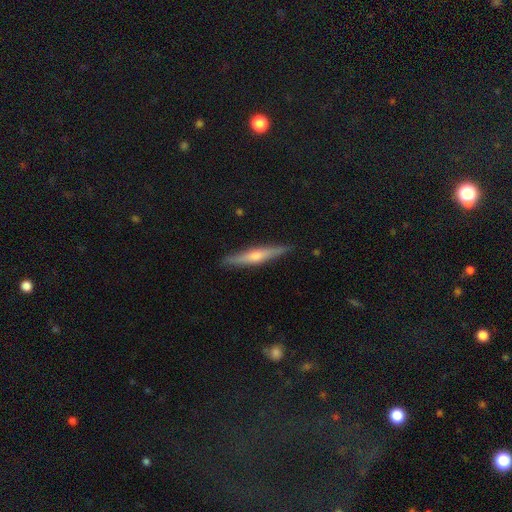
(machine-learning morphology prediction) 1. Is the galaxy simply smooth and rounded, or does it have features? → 65% featured or disk, 26% smooth, 9% star or artifact.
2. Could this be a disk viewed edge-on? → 96% yes, 4% no.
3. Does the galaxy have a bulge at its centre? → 84% rounded, 11% none, 5% boxy.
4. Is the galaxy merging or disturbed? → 89% none, 8% minor disturbance, 2% major disturbance, 1% merger.